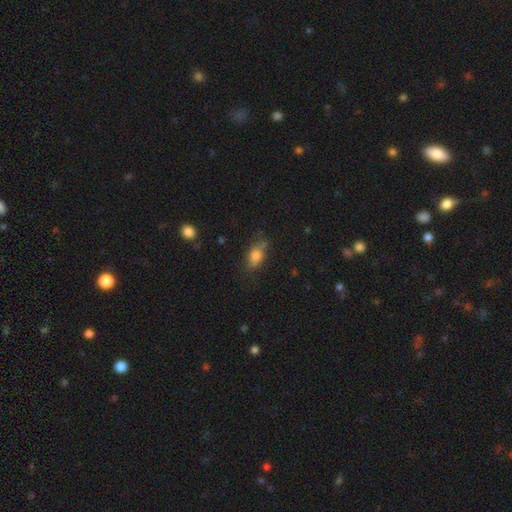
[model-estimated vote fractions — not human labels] Morphology: type=smooth (79%); roundness=in between (81%); merging=none (66%).